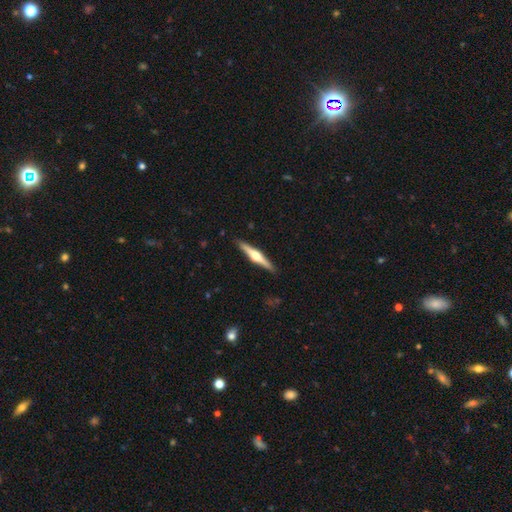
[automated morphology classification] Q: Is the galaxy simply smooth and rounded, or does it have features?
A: featured or disk — 72%.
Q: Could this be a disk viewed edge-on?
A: yes — 98%.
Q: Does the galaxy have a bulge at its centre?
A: rounded — 92%.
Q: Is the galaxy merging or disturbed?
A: none — 90%.